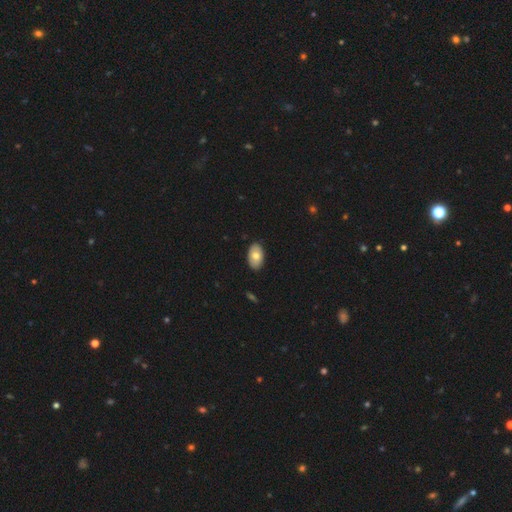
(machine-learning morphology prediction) This appears to be a smooth galaxy with no disk features (72%) that is in between round and cigar-shaped (93%). Merging: none (88%).